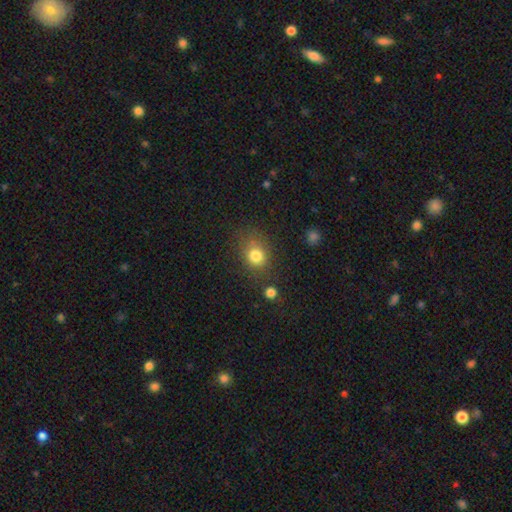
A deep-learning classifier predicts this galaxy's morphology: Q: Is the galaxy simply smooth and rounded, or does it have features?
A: smooth — 80%.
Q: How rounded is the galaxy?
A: round — 59%.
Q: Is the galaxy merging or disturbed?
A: none — 70%.